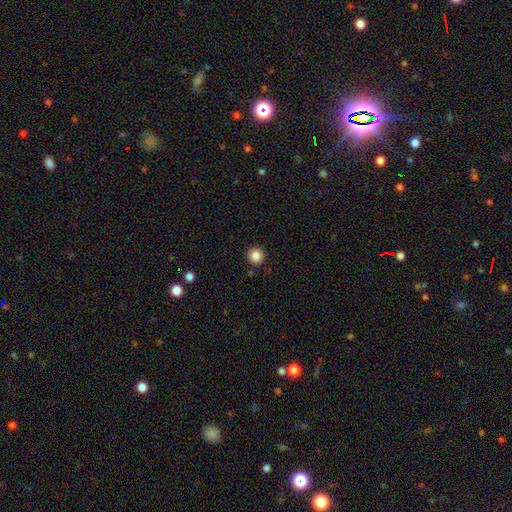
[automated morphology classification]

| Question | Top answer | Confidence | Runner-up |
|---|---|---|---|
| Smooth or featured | smooth | 85% | star or artifact (11%) |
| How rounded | round | 96% | in between (3%) |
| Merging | none | 92% | minor disturbance (5%) |